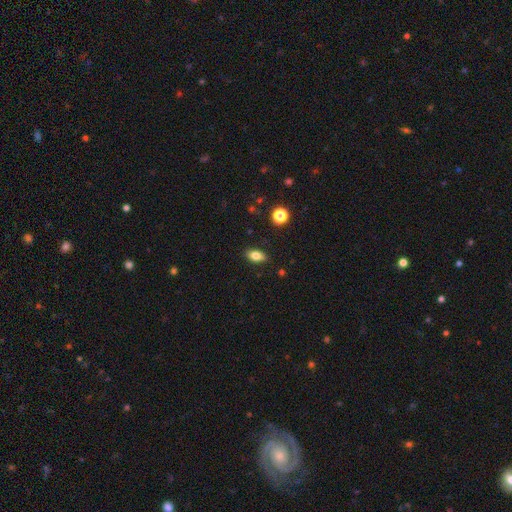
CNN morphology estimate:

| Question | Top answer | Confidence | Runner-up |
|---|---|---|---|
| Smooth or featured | smooth | 79% | featured or disk (13%) |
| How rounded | in between | 86% | round (8%) |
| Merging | none | 87% | minor disturbance (9%) |